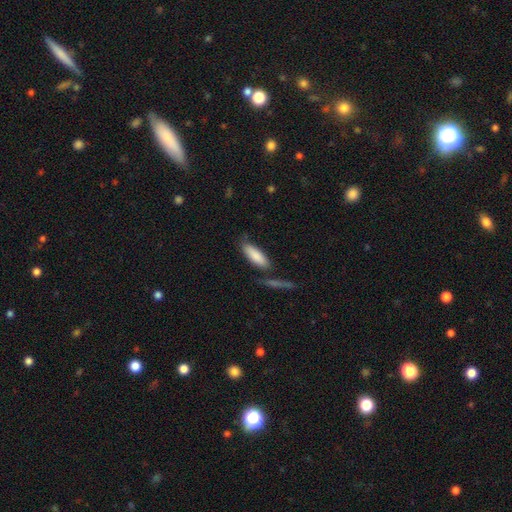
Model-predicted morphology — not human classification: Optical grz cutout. It shows a smooth galaxy with no disk features (85%) that is in between round and cigar-shaped (56%). Merging: none (70%).